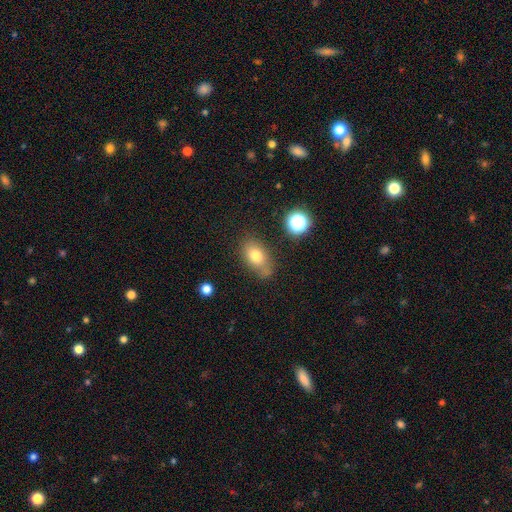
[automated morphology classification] Overall: smooth (75%). How rounded: in between (81%). Merging: none (64%).